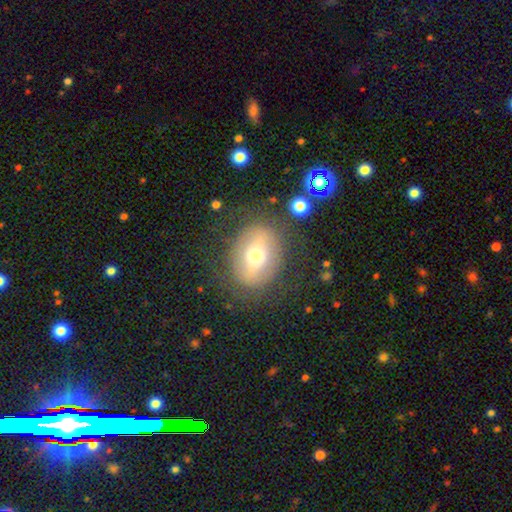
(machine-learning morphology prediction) Smooth or featured: smooth — 49% (featured or disk — 42%)
Merging: none — 77% (minor disturbance — 13%)